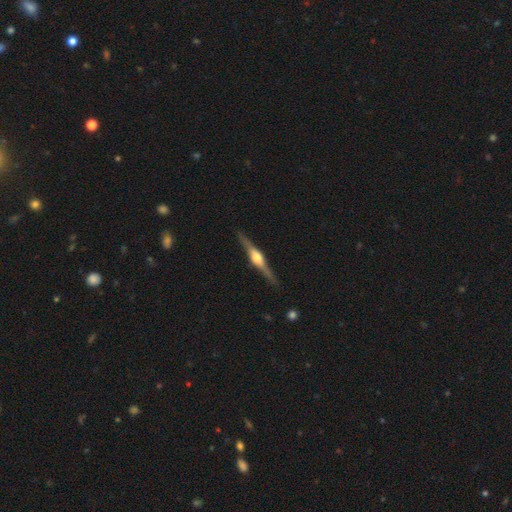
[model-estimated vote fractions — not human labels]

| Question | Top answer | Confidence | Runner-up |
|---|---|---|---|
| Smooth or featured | featured or disk | 86% | smooth (10%) |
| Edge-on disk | yes | 98% | no (2%) |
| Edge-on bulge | rounded | 91% | boxy (7%) |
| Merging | none | 91% | minor disturbance (7%) |